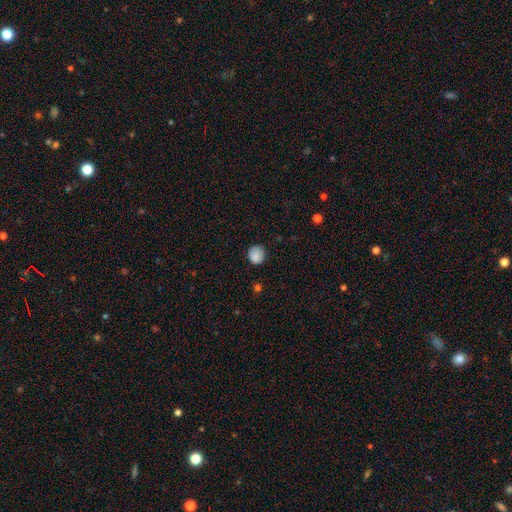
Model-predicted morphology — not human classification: A smooth galaxy with no disk features (87%) that is round (84%).

Vote fractions:
- Smooth or featured? smooth: 87% / star or artifact: 9% / featured or disk: 4%
- How rounded? round: 84% / in between: 15% / cigar-shaped: 1%
- Merging? none: 80% / minor disturbance: 16% / major disturbance: 3% / merger: 1%